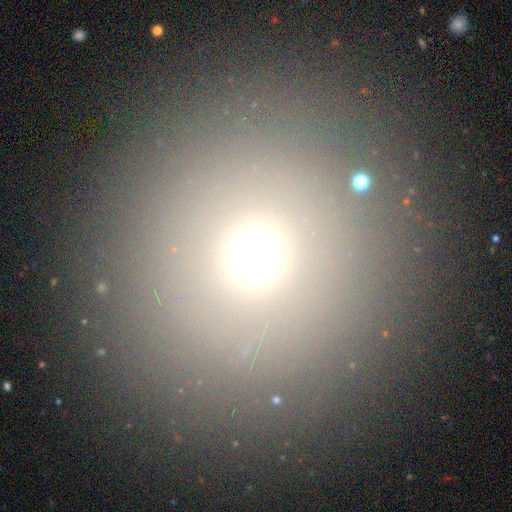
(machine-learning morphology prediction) This appears to be a smooth galaxy with no disk features (68%) that is round (92%). Merging: none (89%).